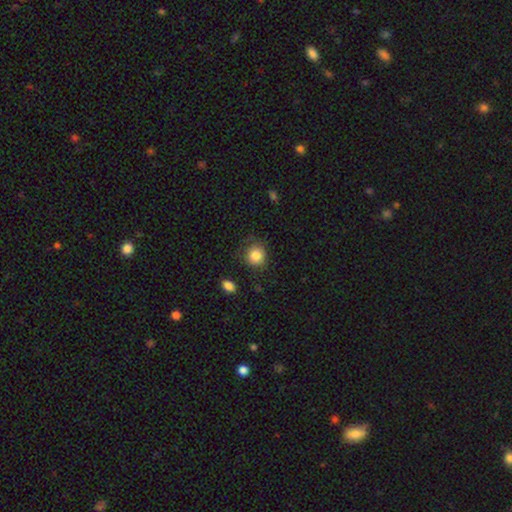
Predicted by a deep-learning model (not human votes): smooth 84%, star or artifact 10%, featured or disk 6%. Down the decision tree: how rounded — round (86%); merging — none (74%).